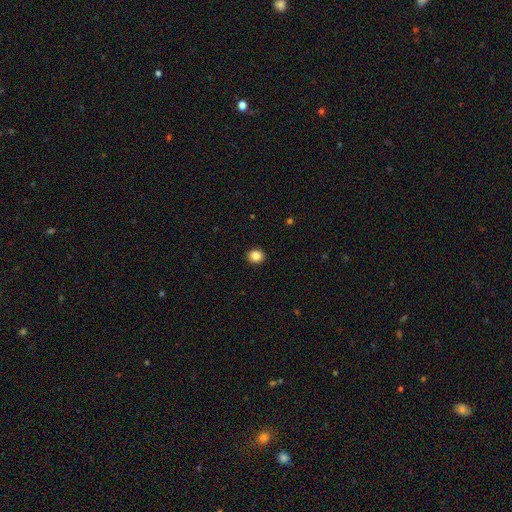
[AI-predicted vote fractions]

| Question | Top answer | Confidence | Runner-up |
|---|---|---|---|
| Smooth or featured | smooth | 86% | star or artifact (10%) |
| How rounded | round | 75% | in between (24%) |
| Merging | none | 92% | minor disturbance (5%) |